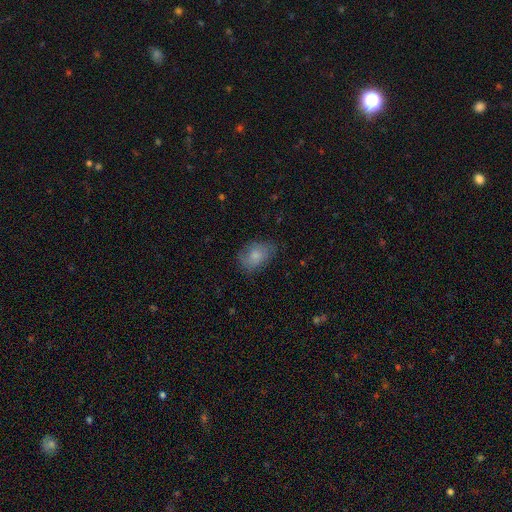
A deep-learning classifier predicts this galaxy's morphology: smooth_or_featured: smooth (p=0.75) [alt: featured or disk p=0.18]
how_rounded: in between (p=0.78) [alt: round p=0.21]
merging: none (p=0.64) [alt: minor disturbance p=0.27]